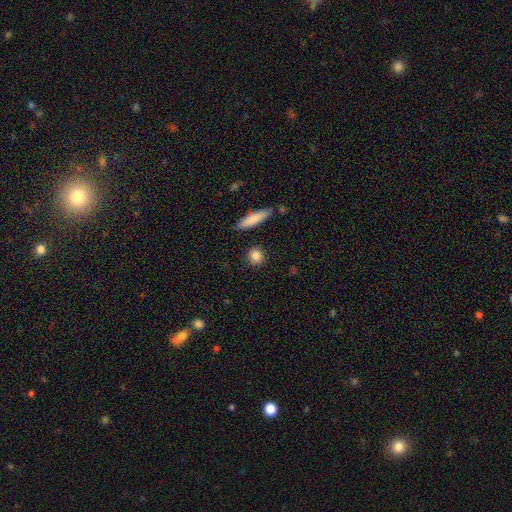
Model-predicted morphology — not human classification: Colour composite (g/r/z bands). It shows a smooth galaxy with no disk features (85%) that is round (77%). Merging: none (88%).